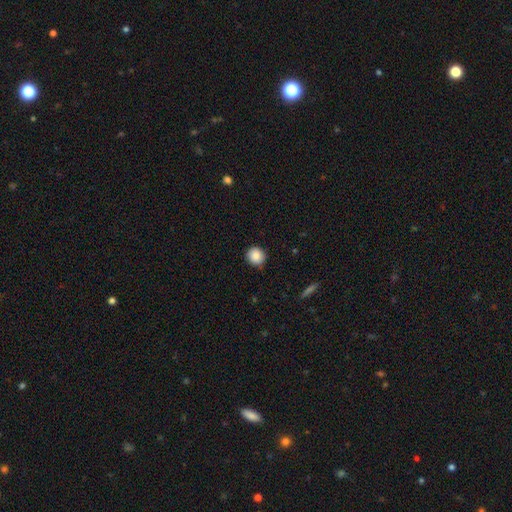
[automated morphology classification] Smooth or featured? Predicted: smooth (p=0.86). How rounded? Predicted: round (p=0.91). Merging? Predicted: none (p=0.88).